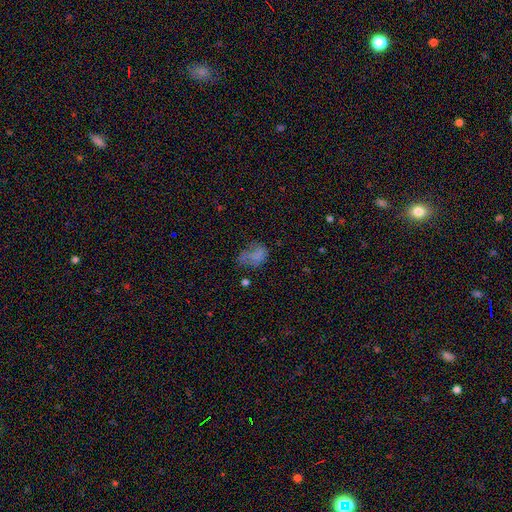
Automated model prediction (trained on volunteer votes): A smooth galaxy with no disk features (65%) that is in between round and cigar-shaped (81%).

Vote fractions:
- Smooth or featured? smooth: 65% / star or artifact: 18% / featured or disk: 17%
- How rounded? in between: 81% / round: 17% / cigar-shaped: 2%
- Merging? none: 36% / major disturbance: 30% / minor disturbance: 28% / merger: 6%